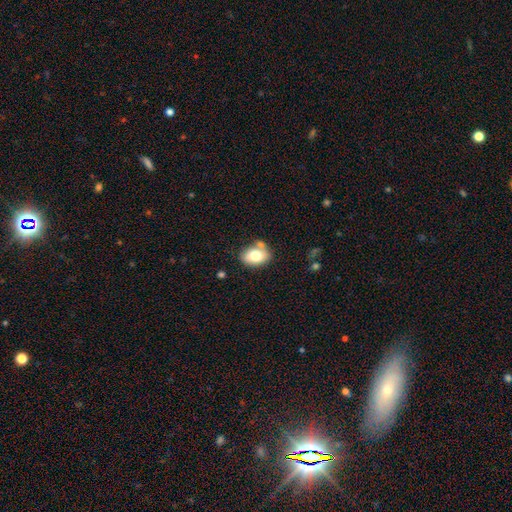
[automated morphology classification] Smooth or featured? smooth (74%)
How rounded? in between (76%)
Merging? none (62%)